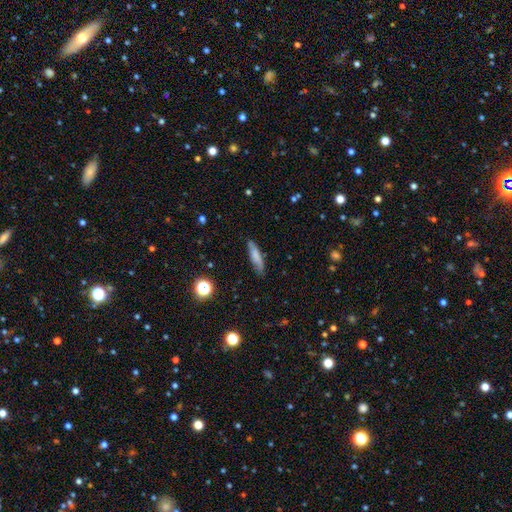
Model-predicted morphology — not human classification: This is likely a smooth galaxy (72%). How rounded: likely cigar-shaped (75%). Merging: clearly none (82%).